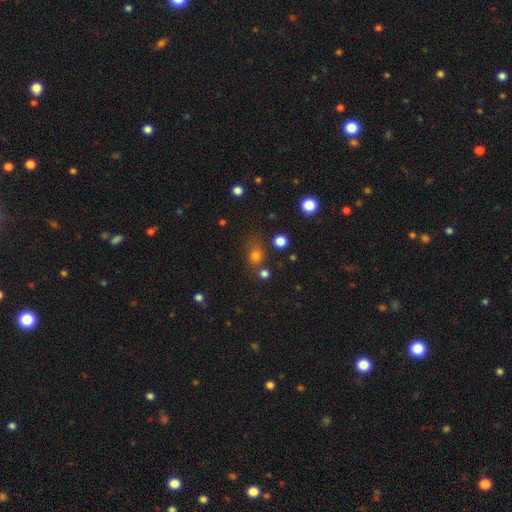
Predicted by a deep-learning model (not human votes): A smooth galaxy with no disk features (74%) that is round (61%). Merging: none (61%).